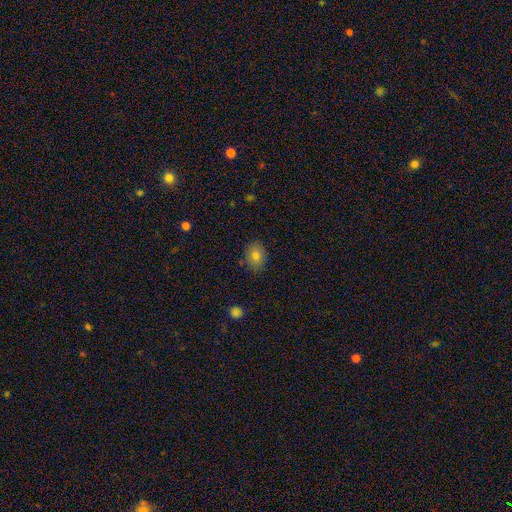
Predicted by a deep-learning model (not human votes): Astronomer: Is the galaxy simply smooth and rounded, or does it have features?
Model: smooth — 79%.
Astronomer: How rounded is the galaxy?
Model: in between — 54% (runner-up: round, 45%).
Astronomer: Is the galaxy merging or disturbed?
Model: none — 85%.